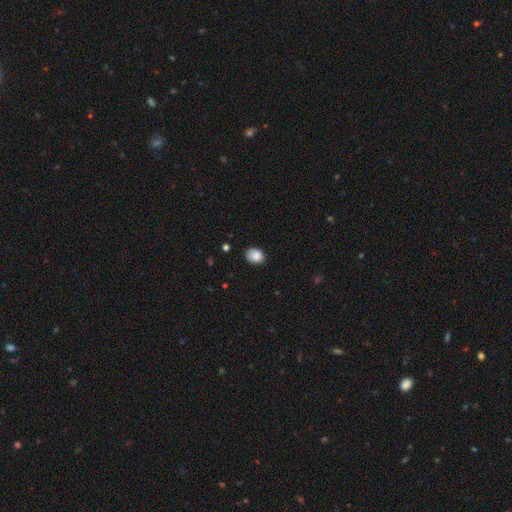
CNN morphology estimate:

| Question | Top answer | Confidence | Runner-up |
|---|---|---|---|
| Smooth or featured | smooth | 87% | star or artifact (9%) |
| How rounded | in between | 53% | round (46%) |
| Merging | none | 75% | minor disturbance (20%) |